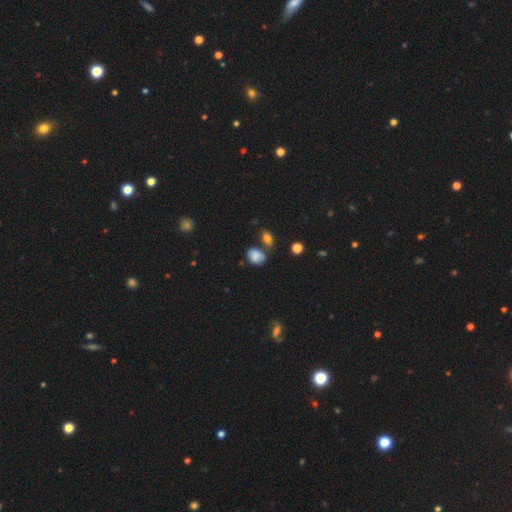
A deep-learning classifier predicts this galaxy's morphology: smooth 78%, featured or disk 11%, star or artifact 10%. Down the decision tree: how rounded — in between (65%); merging — none (55%).